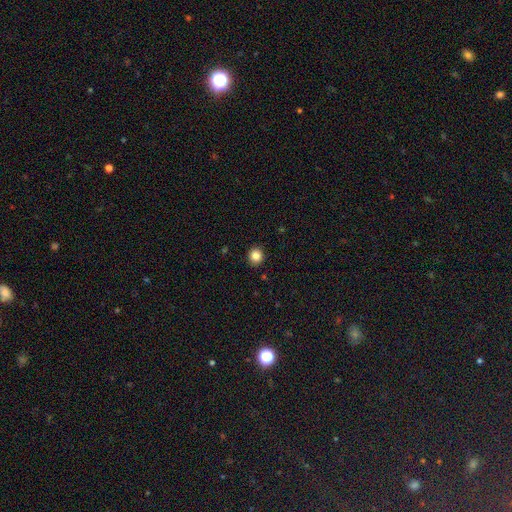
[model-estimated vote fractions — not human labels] A smooth galaxy with no disk features (85%) that is round (87%). Merging: none (92%).